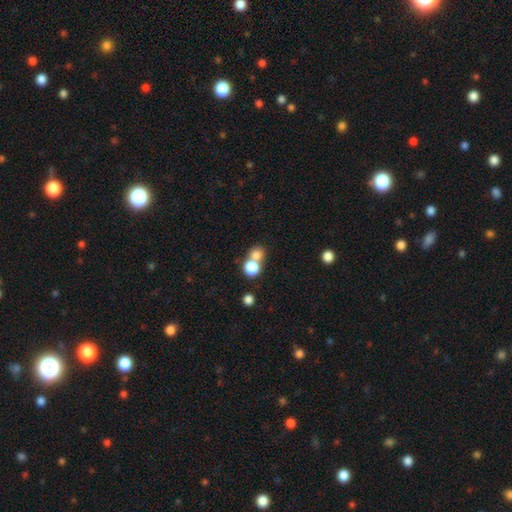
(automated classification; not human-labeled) smooth 78%, star or artifact 13%, featured or disk 10%. Down the decision tree: how rounded — round (79%); merging — merger (49%).